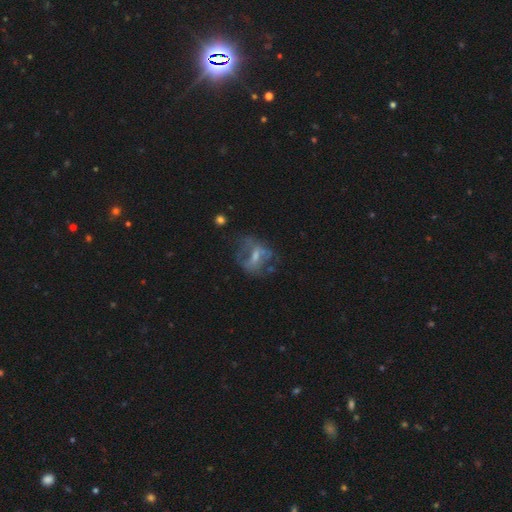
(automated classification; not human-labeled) featured or disk 59%, smooth 29%, star or artifact 12%. Down the decision tree: edge-on disk — no (95%); bar — no (43%); spiral arms — no (67%); bulge size — moderate (39%); merging — none (42%).